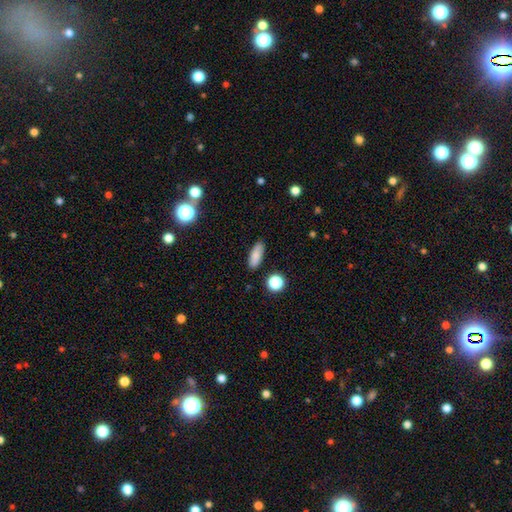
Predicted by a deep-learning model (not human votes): This appears to be a smooth galaxy with no disk features (84%) that is in between round and cigar-shaped (66%). Merging: none (88%).